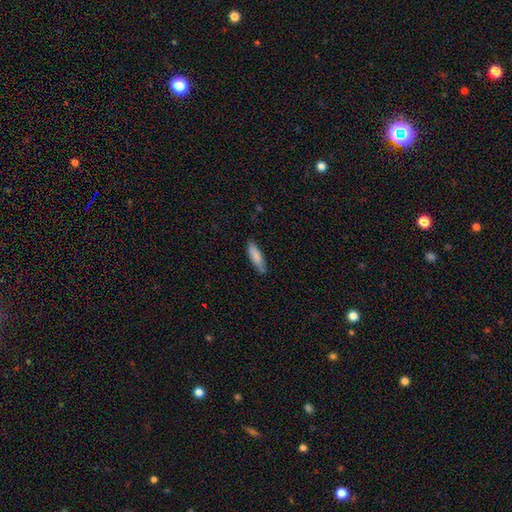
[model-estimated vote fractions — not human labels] smooth-or-featured: smooth: 83% | featured or disk: 11% | star or artifact: 6%
  how-rounded: cigar-shaped: 57% | in between: 42% | round: 1%
  merging: none: 80% | minor disturbance: 16% | major disturbance: 2% | merger: 1%